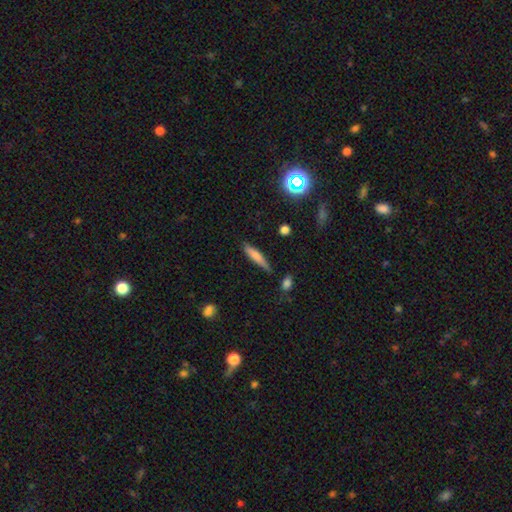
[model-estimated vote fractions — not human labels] Smooth or featured?
  - smooth: 71% *
  - featured or disk: 22%
  - star or artifact: 8%
How rounded?
  - cigar-shaped: 83% *
  - in between: 15%
  - round: 2%
Merging?
  - none: 77% *
  - minor disturbance: 17%
  - major disturbance: 3%
  - merger: 3%